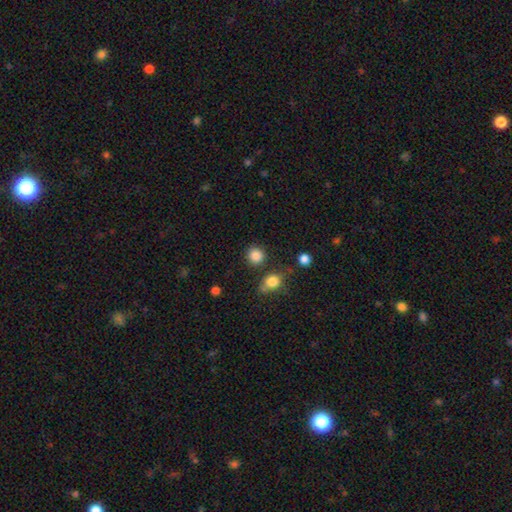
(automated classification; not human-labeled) Smooth or featured: smooth — 85% (star or artifact — 11%)
How rounded: round — 90% (in between — 9%)
Merging: none — 82% (minor disturbance — 9%)